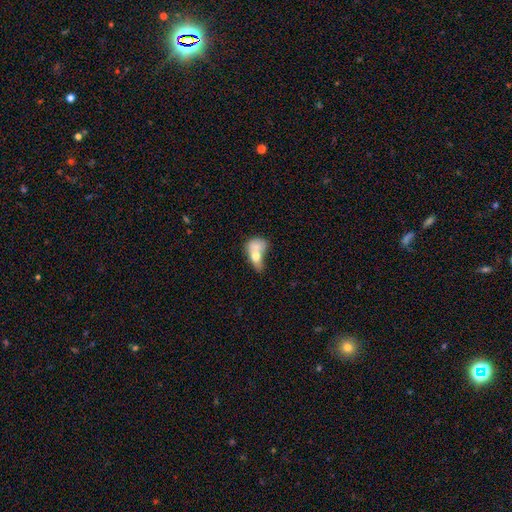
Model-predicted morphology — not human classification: Smooth or featured? smooth (66%)
How rounded? in between (75%)
Merging? merger (55%)